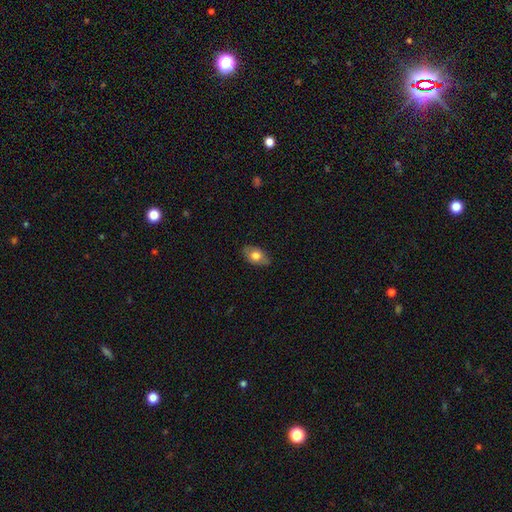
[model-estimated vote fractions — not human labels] Smooth or featured?
  - smooth: 74% *
  - featured or disk: 19%
  - star or artifact: 7%
How rounded?
  - in between: 86% *
  - round: 12%
  - cigar-shaped: 2%
Merging?
  - none: 78% *
  - minor disturbance: 18%
  - major disturbance: 3%
  - merger: 1%